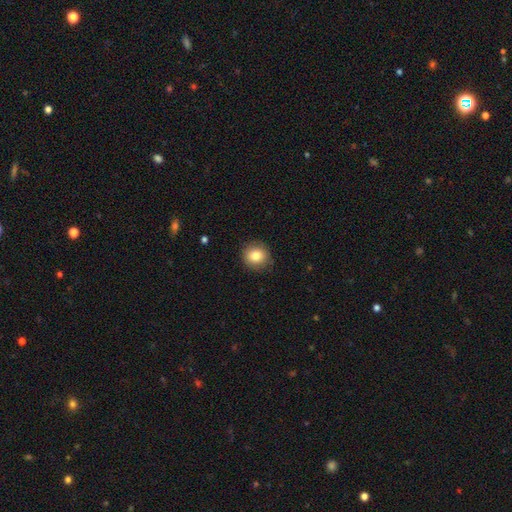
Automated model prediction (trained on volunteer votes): smooth_or_featured: smooth (p=0.83) [alt: star or artifact p=0.09]
how_rounded: round (p=0.89) [alt: in between p=0.10]
merging: none (p=0.88) [alt: minor disturbance p=0.09]